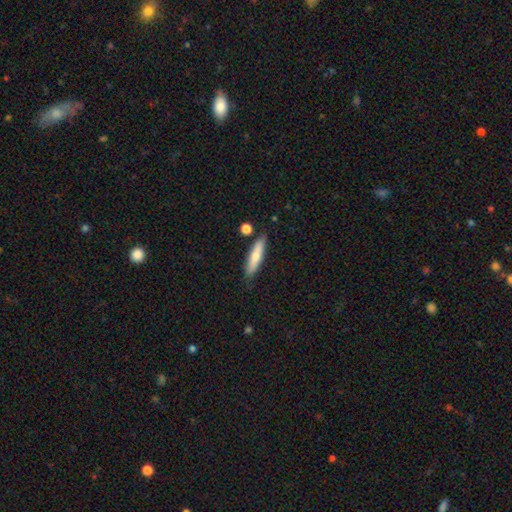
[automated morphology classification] Q: Smooth or featured?
A: smooth (67%); runner-up: featured or disk (26%)
Q: How rounded?
A: cigar-shaped (74%); runner-up: in between (24%)
Q: Merging?
A: none (79%); runner-up: minor disturbance (14%)